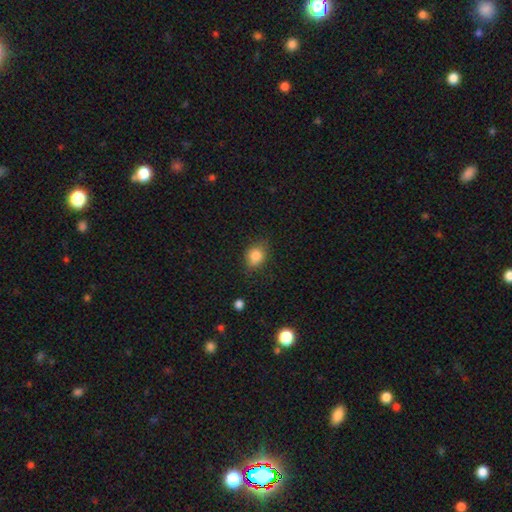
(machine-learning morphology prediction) Smooth or featured: smooth — 82% (star or artifact — 10%)
How rounded: round — 55% (in between — 44%)
Merging: none — 71% (minor disturbance — 22%)